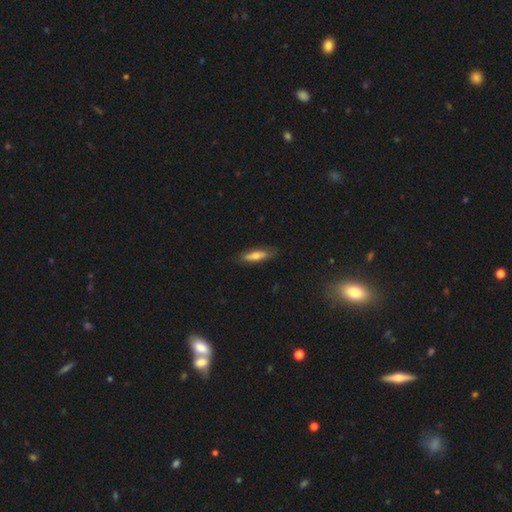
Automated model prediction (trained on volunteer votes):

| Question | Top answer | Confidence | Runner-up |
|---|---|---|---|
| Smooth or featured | smooth | 62% | featured or disk (31%) |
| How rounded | cigar-shaped | 63% | in between (35%) |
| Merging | none | 81% | minor disturbance (15%) |